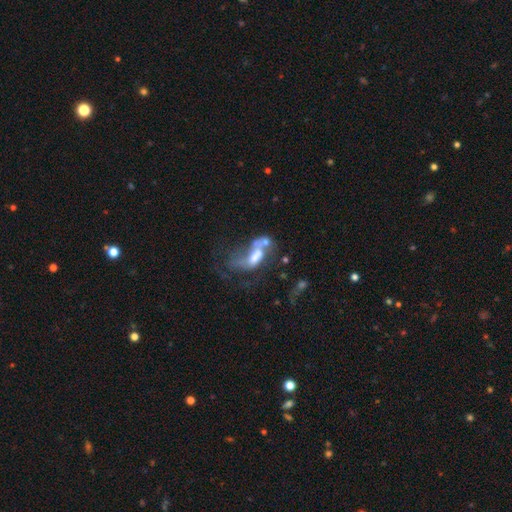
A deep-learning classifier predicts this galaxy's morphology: Smooth or featured? featured or disk (55%)
Edge-on disk? no (93%)
Bar? no (63%)
Spiral arms? no (68%)
Bulge size? moderate (42%)
Merging? merger (41%)